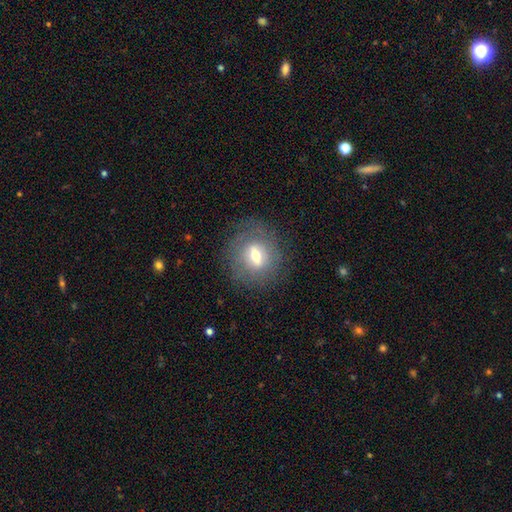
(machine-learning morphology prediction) Smooth or featured? smooth (48%)
Merging? none (78%)